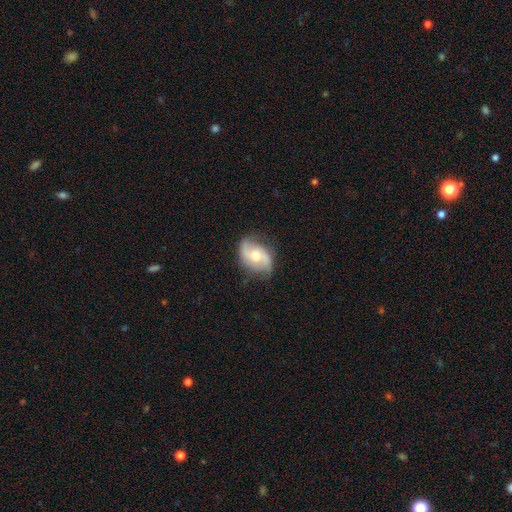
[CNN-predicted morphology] Smooth or featured? Predicted: featured or disk (p=0.75). Edge-on disk? Predicted: no (p=0.97). Bar? Predicted: no (p=0.52). Spiral arms? Predicted: yes (p=0.92). Spiral winding? Predicted: loose (p=0.47). Spiral arm count? Predicted: 2 (p=0.90). Bulge size? Predicted: moderate (p=0.70). Merging? Predicted: none (p=0.74).